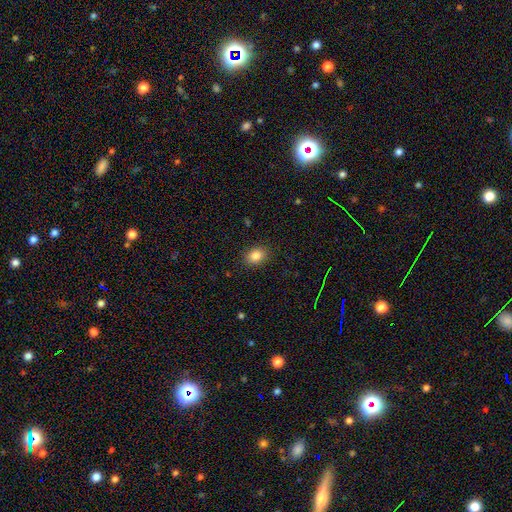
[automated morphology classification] Smooth or featured? smooth (84%)
How rounded? in between (60%)
Merging? none (89%)